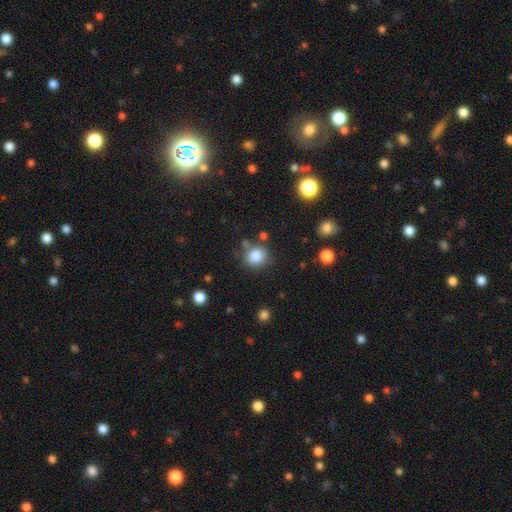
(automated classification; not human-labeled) Q: Smooth or featured?
A: smooth (84%); runner-up: star or artifact (11%)
Q: How rounded?
A: round (85%); runner-up: in between (15%)
Q: Merging?
A: none (76%); runner-up: minor disturbance (12%)